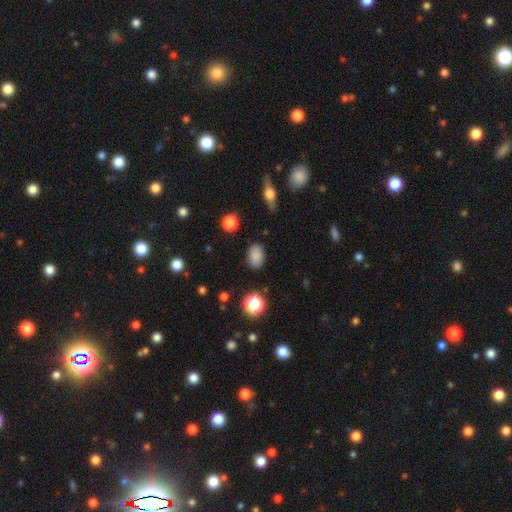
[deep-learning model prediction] Smooth or featured?
  - smooth: 86% *
  - star or artifact: 10%
  - featured or disk: 4%
How rounded?
  - in between: 84% *
  - round: 15%
  - cigar-shaped: 1%
Merging?
  - none: 85% *
  - minor disturbance: 10%
  - major disturbance: 3%
  - merger: 2%